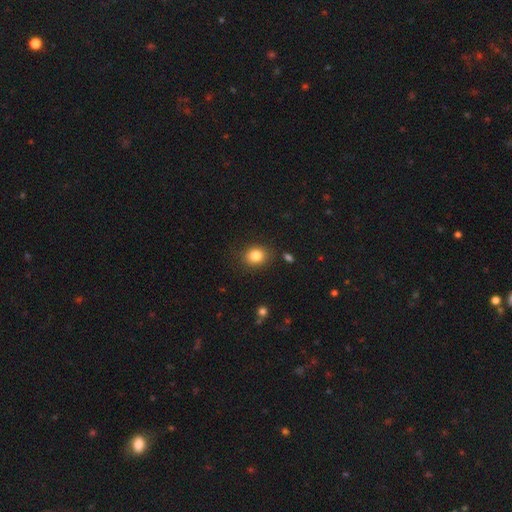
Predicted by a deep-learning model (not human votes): Smooth or featured?
  - smooth: 84% *
  - star or artifact: 10%
  - featured or disk: 6%
How rounded?
  - round: 63% *
  - in between: 36%
  - cigar-shaped: 1%
Merging?
  - none: 84% *
  - minor disturbance: 11%
  - major disturbance: 3%
  - merger: 2%